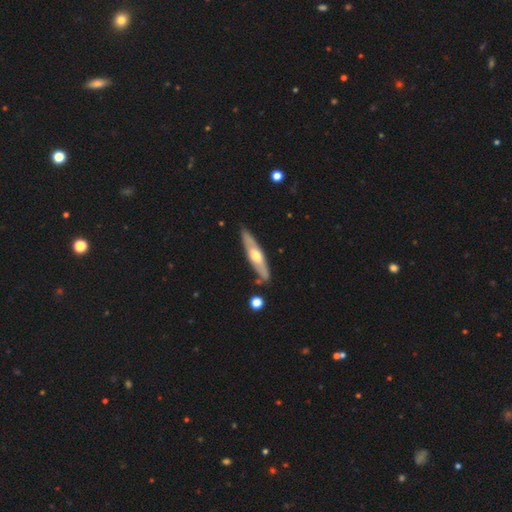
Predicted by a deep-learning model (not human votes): A featured or disk galaxy (58%) viewed edge-on (77%).

Vote fractions:
- Smooth or featured? featured or disk: 58% / smooth: 37% / star or artifact: 5%
- Edge-on disk? yes: 77% / no: 23%
- Merging? none: 82% / minor disturbance: 12% / merger: 3% / major disturbance: 2%